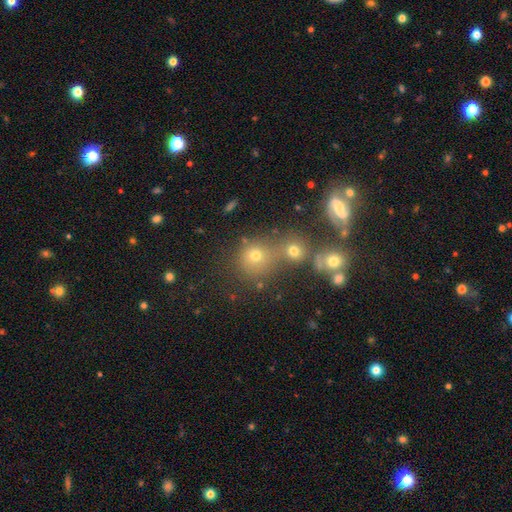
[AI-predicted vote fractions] Smooth or featured? Predicted: smooth (p=0.67). How rounded? Predicted: round (p=0.85). Merging? Predicted: none (p=0.51).